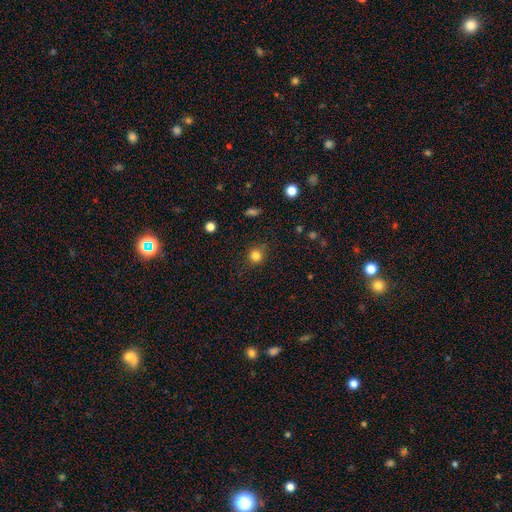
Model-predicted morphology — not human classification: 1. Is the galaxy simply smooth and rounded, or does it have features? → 82% smooth, 13% star or artifact, 5% featured or disk.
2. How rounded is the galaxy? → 89% round, 10% in between, 1% cigar-shaped.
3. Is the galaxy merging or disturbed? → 83% none, 12% minor disturbance, 3% major disturbance, 2% merger.